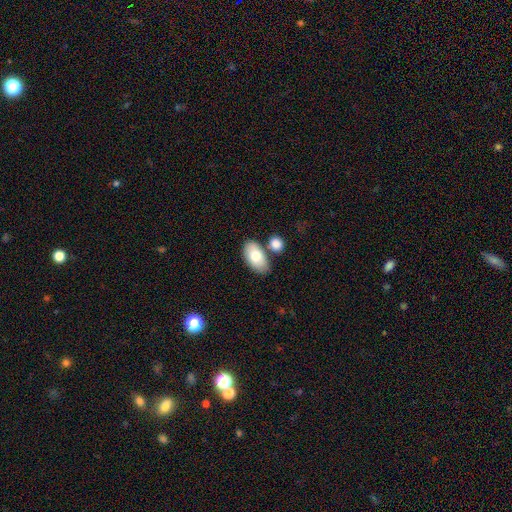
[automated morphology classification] This is likely a smooth galaxy (78%). How rounded: clearly in between (93%). Merging: likely none (65%).